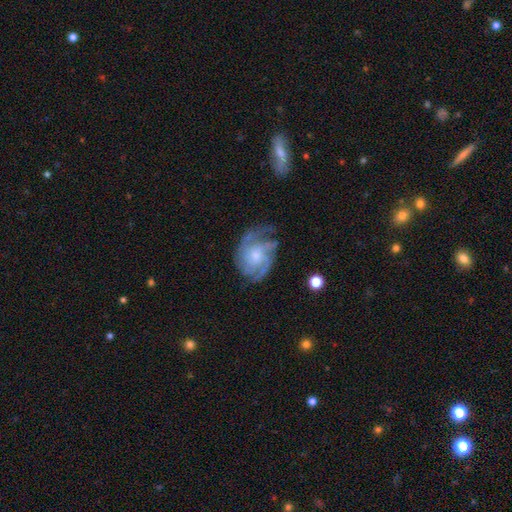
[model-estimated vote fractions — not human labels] Smooth or featured? featured or disk (82%)
Edge-on disk? no (98%)
Bar? no (72%)
Spiral arms? yes (94%)
Spiral winding? tight (48%)
Spiral arm count? 3 (29%)
Bulge size? small (47%)
Merging? none (61%)